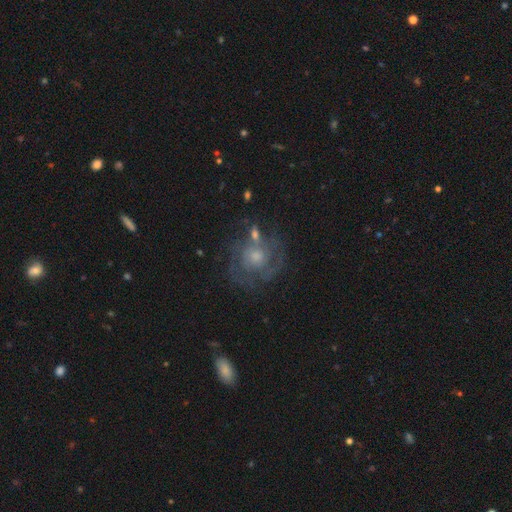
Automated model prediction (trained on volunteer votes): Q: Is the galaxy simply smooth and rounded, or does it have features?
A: featured or disk — 67%.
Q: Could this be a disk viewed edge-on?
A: no — 98%.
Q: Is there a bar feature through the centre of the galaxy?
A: no — 82%.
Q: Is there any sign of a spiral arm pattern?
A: yes — 73%.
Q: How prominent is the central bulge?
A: moderate — 51%.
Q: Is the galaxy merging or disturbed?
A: none — 58%.